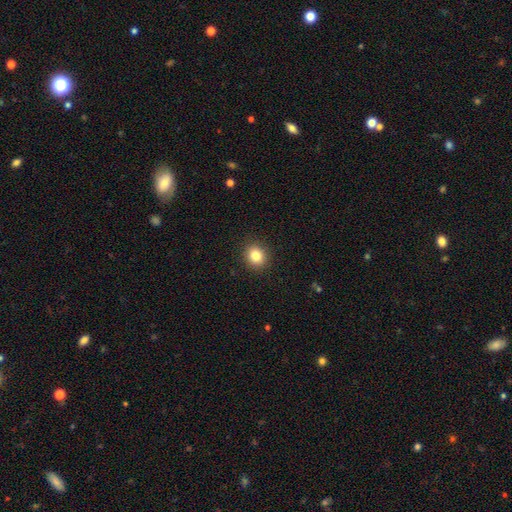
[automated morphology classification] Smooth or featured? Predicted: smooth (p=0.83). How rounded? Predicted: round (p=0.75). Merging? Predicted: none (p=0.91).